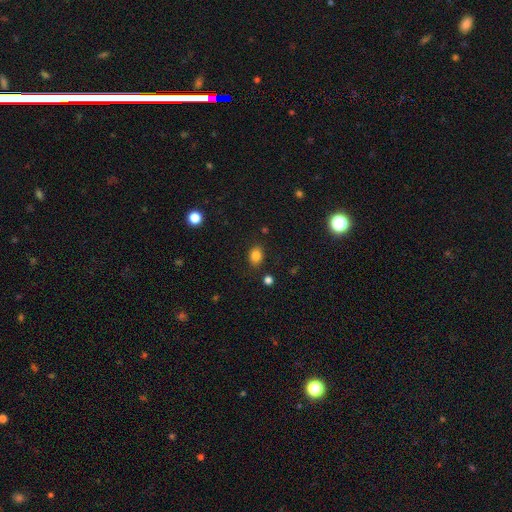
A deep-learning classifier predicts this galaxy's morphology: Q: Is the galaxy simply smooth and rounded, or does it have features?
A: smooth — 83%.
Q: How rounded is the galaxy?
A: in between — 61%.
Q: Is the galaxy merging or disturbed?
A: none — 84%.